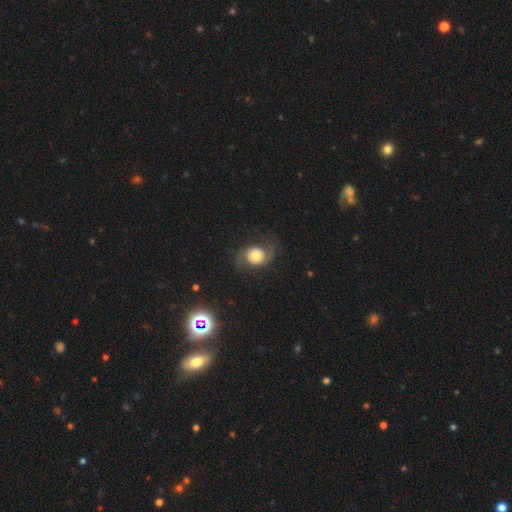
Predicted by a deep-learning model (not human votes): The model was most divided on "smooth or featured": featured or disk: 57%, smooth: 35%, star or artifact: 9%. More confident: edge-on disk — no (96%); spiral arms — yes (82%); bar — no (75%); merging — none (63%); bulge size — moderate (51%).